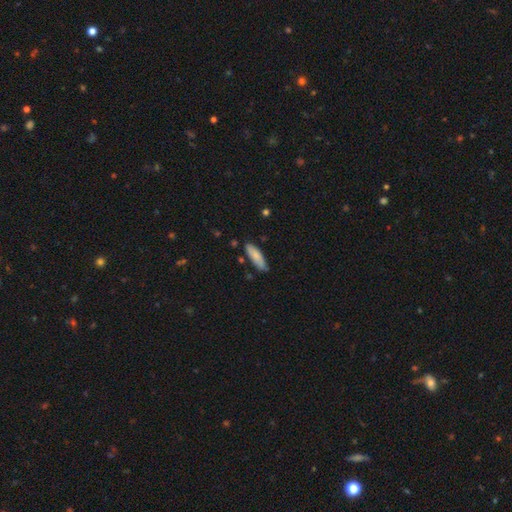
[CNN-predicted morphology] Overall: smooth (81%). How rounded: cigar-shaped (51%; in between 48%). Merging: none (80%).